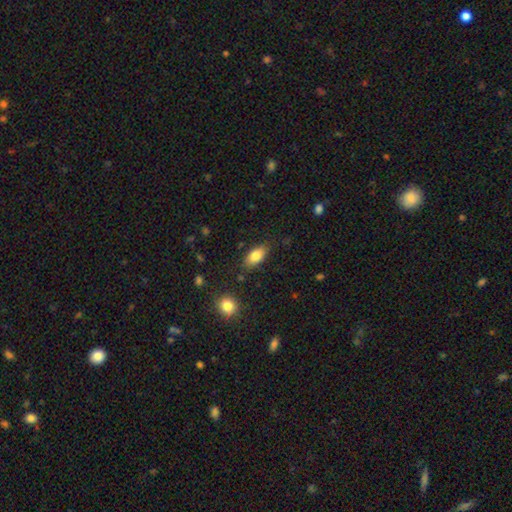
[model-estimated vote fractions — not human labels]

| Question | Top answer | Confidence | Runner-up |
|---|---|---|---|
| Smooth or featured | smooth | 82% | featured or disk (10%) |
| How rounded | in between | 89% | cigar-shaped (7%) |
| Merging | none | 81% | minor disturbance (13%) |